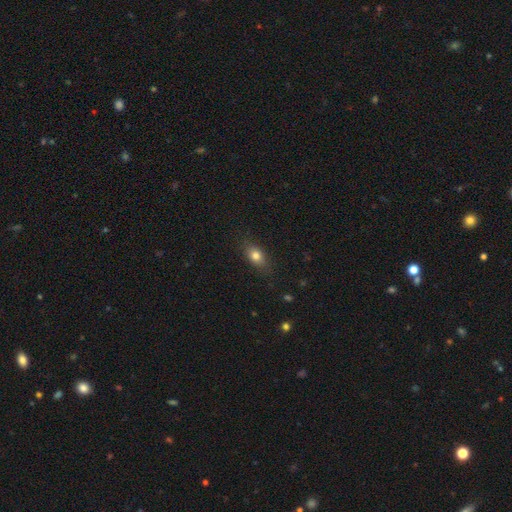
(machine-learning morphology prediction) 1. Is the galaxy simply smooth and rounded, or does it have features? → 78% smooth, 12% featured or disk, 10% star or artifact.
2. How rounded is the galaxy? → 74% in between, 20% round, 6% cigar-shaped.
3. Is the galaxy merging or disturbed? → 82% none, 14% minor disturbance, 4% major disturbance, 1% merger.